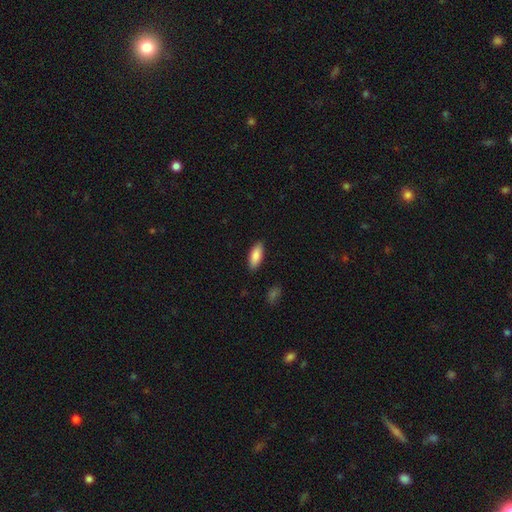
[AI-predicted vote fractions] Q: Smooth or featured?
A: smooth (87%); runner-up: featured or disk (7%)
Q: How rounded?
A: in between (79%); runner-up: cigar-shaped (19%)
Q: Merging?
A: none (88%); runner-up: minor disturbance (9%)